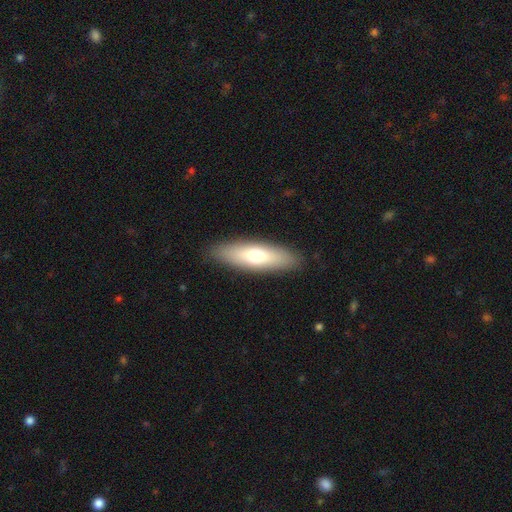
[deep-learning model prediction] The model was most divided on "how rounded": in between: 50%, cigar-shaped: 48%, round: 2%. More confident: merging — none (89%); smooth or featured — smooth (66%).